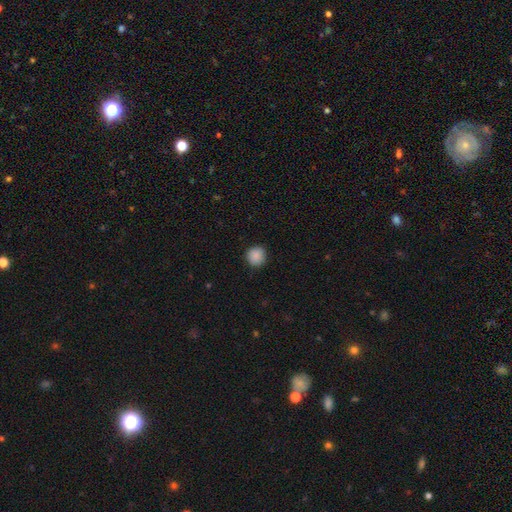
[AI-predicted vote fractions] smooth-or-featured: smooth: 88% | star or artifact: 9% | featured or disk: 3%
  how-rounded: round: 90% | in between: 9% | cigar-shaped: 1%
  merging: none: 90% | minor disturbance: 7% | major disturbance: 2% | merger: 1%